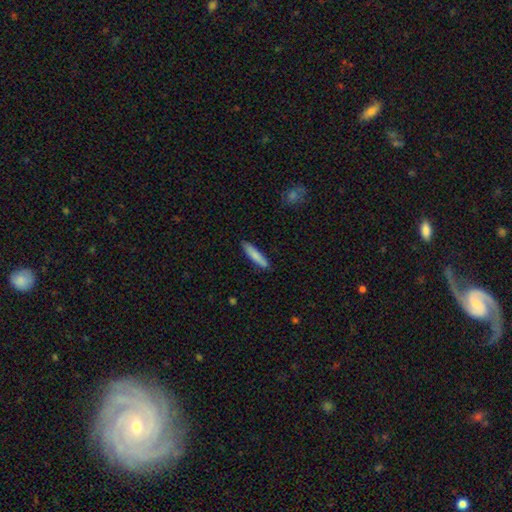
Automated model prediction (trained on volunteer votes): A smooth galaxy with no disk features (82%) that is cigar-shaped (86%).

Vote fractions:
- Smooth or featured? smooth: 82% / featured or disk: 12% / star or artifact: 6%
- How rounded? cigar-shaped: 86% / in between: 13% / round: 1%
- Merging? none: 87% / minor disturbance: 10% / major disturbance: 2% / merger: 1%